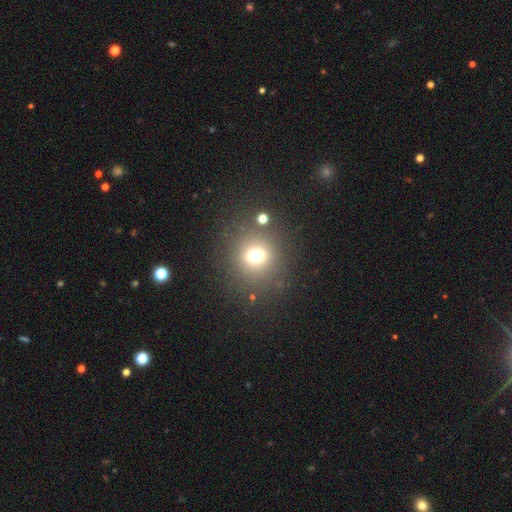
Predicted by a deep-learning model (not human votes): smooth-or-featured: smooth: 68% | star or artifact: 21% | featured or disk: 11%
  how-rounded: round: 80% | in between: 19% | cigar-shaped: 1%
  merging: none: 77% | minor disturbance: 10% | merger: 8% | major disturbance: 6%